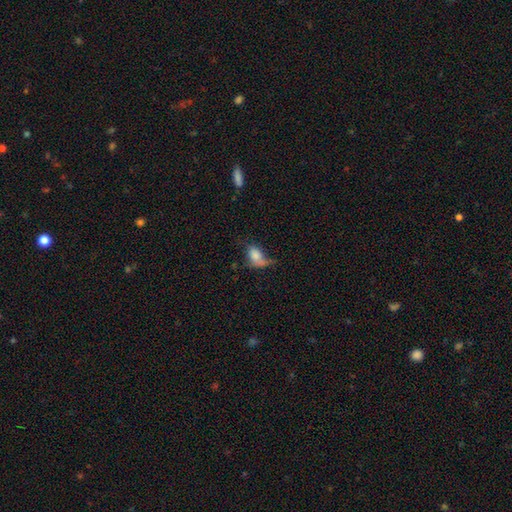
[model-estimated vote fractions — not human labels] This is likely a smooth galaxy (69%). How rounded: clearly in between (86%). Merging: marginally major disturbance (38%).